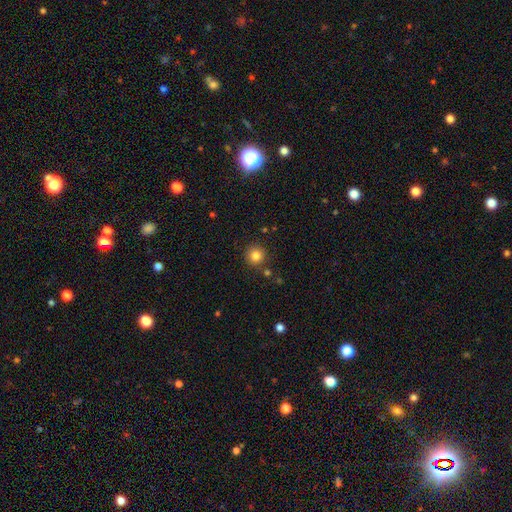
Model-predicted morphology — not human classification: Smooth or featured? Predicted: smooth (p=0.83). How rounded? Predicted: round (p=0.94). Merging? Predicted: none (p=0.86).